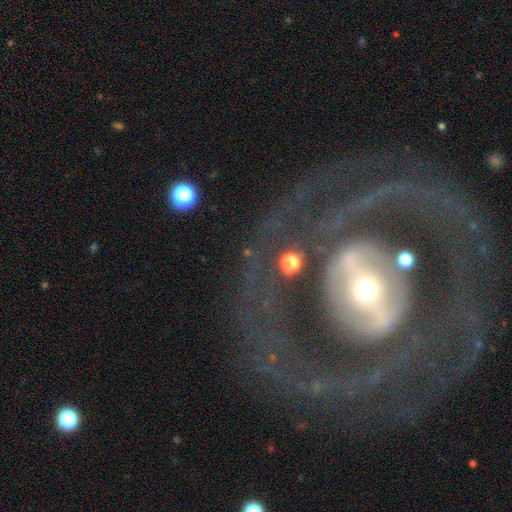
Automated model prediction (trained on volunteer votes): featured or disk 83%, smooth 10%, star or artifact 6%. Down the decision tree: edge-on disk — no (95%); bar — strong (47%); spiral arms — yes (74%); spiral arm count — 2 (71%); spiral winding — tight (41%, tied with medium); bulge size — moderate (47%); merging — none (71%).